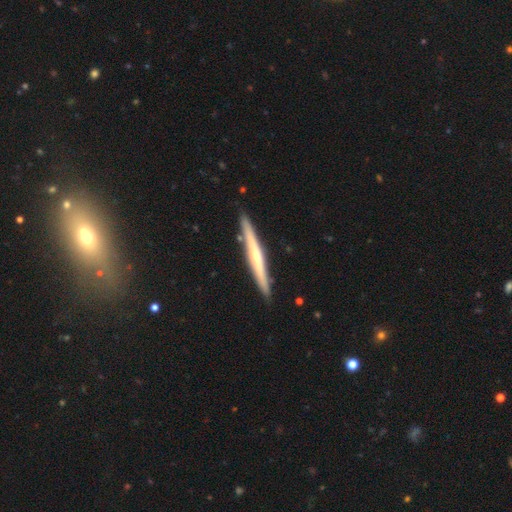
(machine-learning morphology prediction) smooth-or-featured: featured or disk: 62% | smooth: 32% | star or artifact: 5%
  disk-edge-on: yes: 97% | no: 3%
    edge-on-bulge: rounded: 54% | none: 40% | boxy: 7%
  merging: none: 90% | minor disturbance: 7% | merger: 2% | major disturbance: 1%